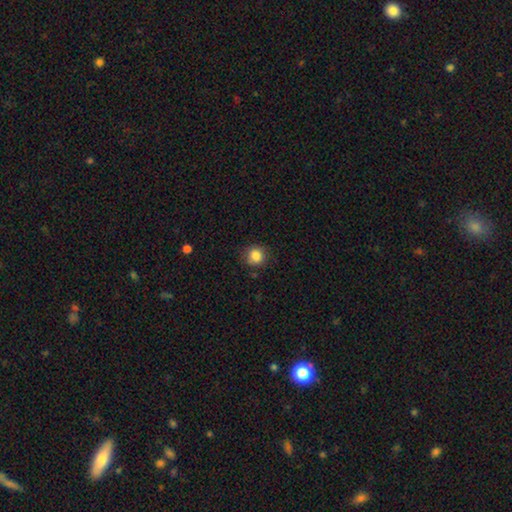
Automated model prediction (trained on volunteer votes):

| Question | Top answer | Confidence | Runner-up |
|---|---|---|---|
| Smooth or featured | smooth | 85% | star or artifact (10%) |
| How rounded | round | 90% | in between (9%) |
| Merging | none | 84% | minor disturbance (11%) |